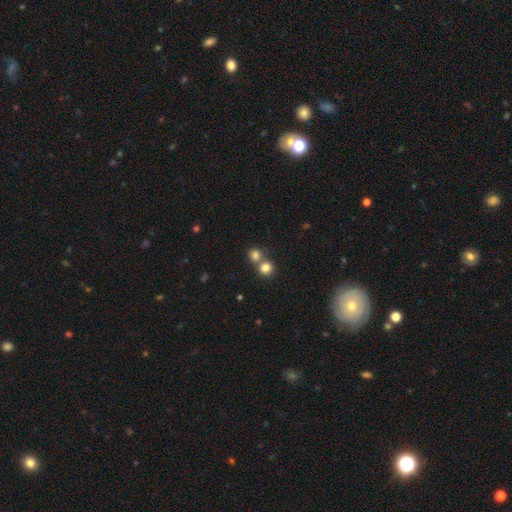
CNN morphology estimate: Smooth or featured?
  - smooth: 80% *
  - star or artifact: 13%
  - featured or disk: 7%
How rounded?
  - round: 85% *
  - in between: 14%
  - cigar-shaped: 1%
Merging?
  - none: 48% *
  - merger: 44%
  - minor disturbance: 6%
  - major disturbance: 3%